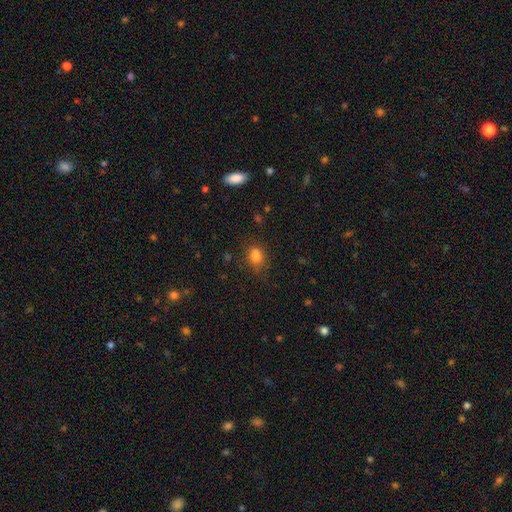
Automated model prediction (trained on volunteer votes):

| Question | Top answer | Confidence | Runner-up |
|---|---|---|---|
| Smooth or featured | smooth | 81% | star or artifact (13%) |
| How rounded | in between | 60% | round (39%) |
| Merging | none | 70% | minor disturbance (20%) |